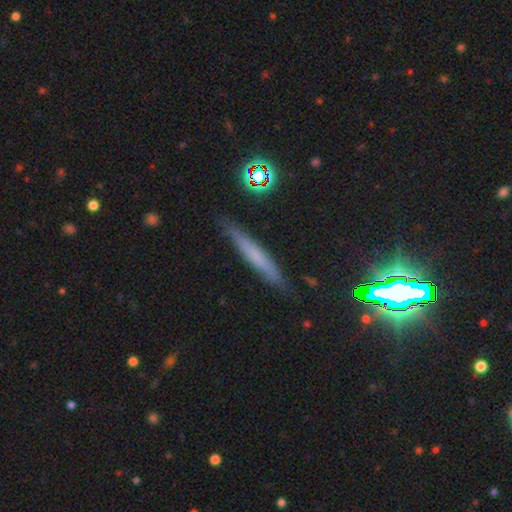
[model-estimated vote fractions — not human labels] Smooth or featured?
  - smooth: 50% *
  - featured or disk: 34%
  - star or artifact: 16%
Merging?
  - none: 86% *
  - minor disturbance: 10%
  - major disturbance: 2%
  - merger: 2%